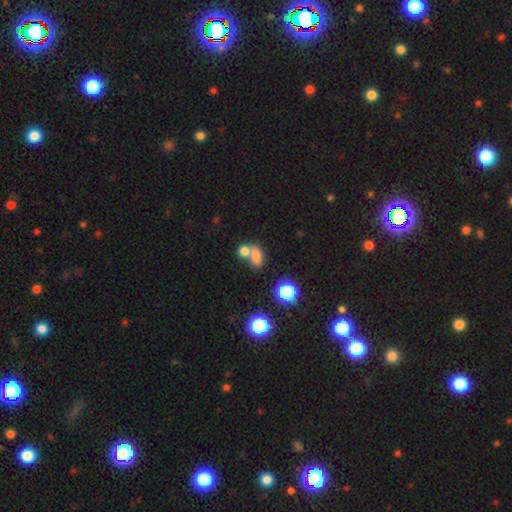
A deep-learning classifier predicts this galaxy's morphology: This is likely a smooth galaxy (75%). How rounded: likely in between (72%). Merging: possibly merger (52%).